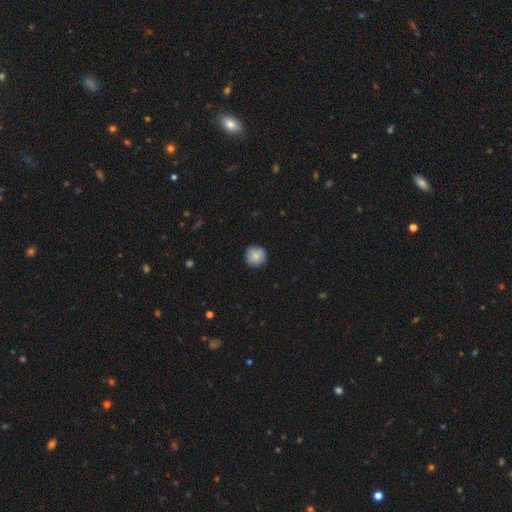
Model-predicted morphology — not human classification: This appears to be a smooth galaxy with no disk features (83%) that is round (94%). Merging: none (87%).